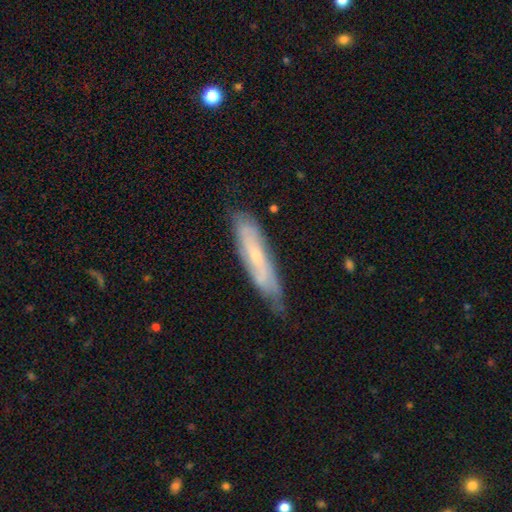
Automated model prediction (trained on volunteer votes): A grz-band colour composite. It shows a featured or disk galaxy (54%). Merging: none (63%).